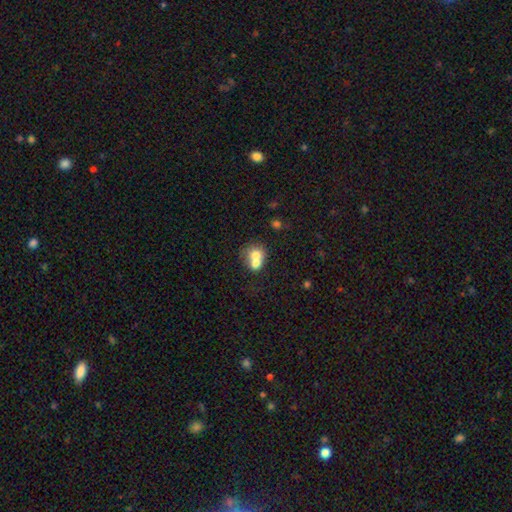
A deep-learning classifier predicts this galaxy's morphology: Smooth or featured: smooth — 67% (featured or disk — 24%)
How rounded: round — 63% (in between — 37%)
Merging: merger — 69% (none — 21%)